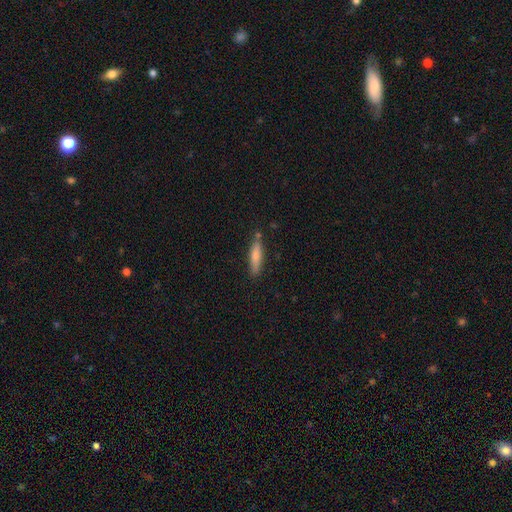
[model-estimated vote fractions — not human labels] Morphology: type=smooth (73%); roundness=cigar-shaped (77%); merging=none (77%).